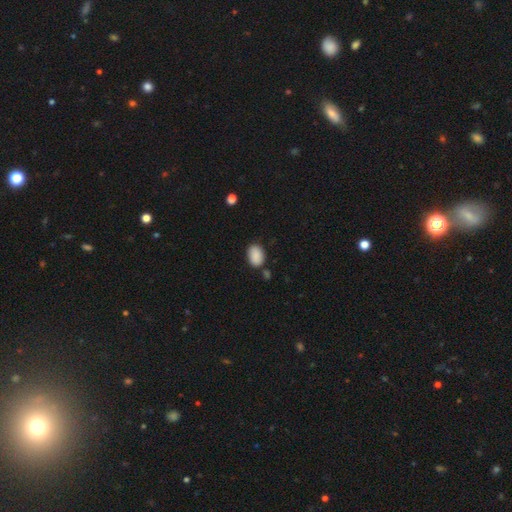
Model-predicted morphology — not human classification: A smooth galaxy with no disk features (89%) that is in between round and cigar-shaped (84%). Merging: none (78%).